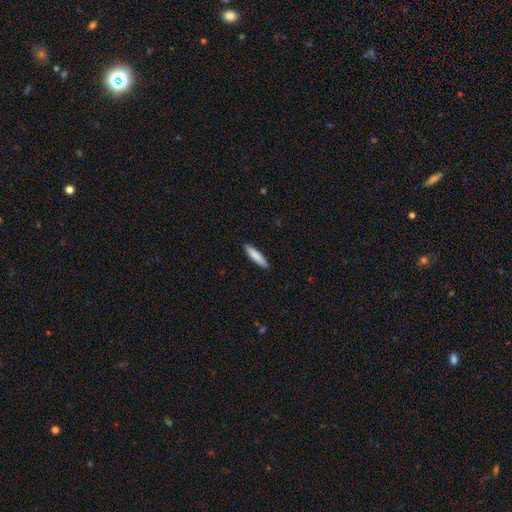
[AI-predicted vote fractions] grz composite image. It shows a smooth galaxy with no disk features (85%) that is cigar-shaped (86%). Merging: none (91%).